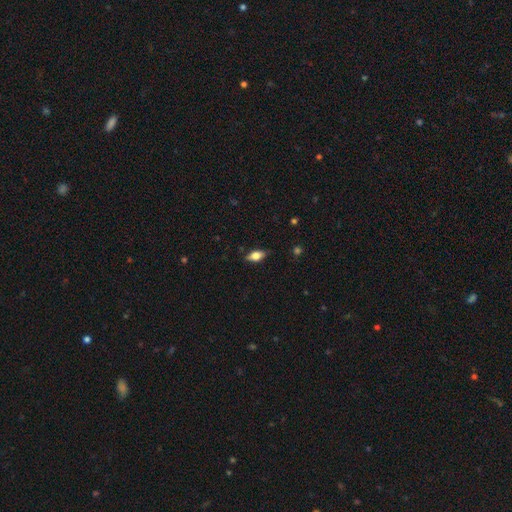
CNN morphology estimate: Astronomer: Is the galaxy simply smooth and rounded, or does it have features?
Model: smooth — 70%.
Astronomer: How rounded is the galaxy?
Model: in between — 85%.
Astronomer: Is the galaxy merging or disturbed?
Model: none — 82%.